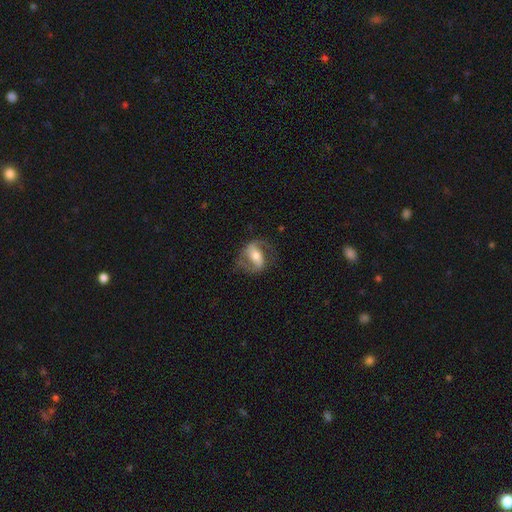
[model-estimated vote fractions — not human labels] smooth_or_featured: featured or disk (p=0.73) [alt: smooth p=0.21]
disk_edge_on: no (p=0.94) [alt: yes p=0.06]
bar: strong (p=0.49) [alt: weak p=0.31]
has_spiral_arms: yes (p=0.86) [alt: no p=0.14]
spiral_winding: medium (p=0.48) [alt: loose p=0.35]
spiral_arm_count: 2 (p=0.87) [alt: can't tell p=0.05]
bulge_size: moderate (p=0.58) [alt: small p=0.25]
merging: none (p=0.68) [alt: minor disturbance p=0.17]